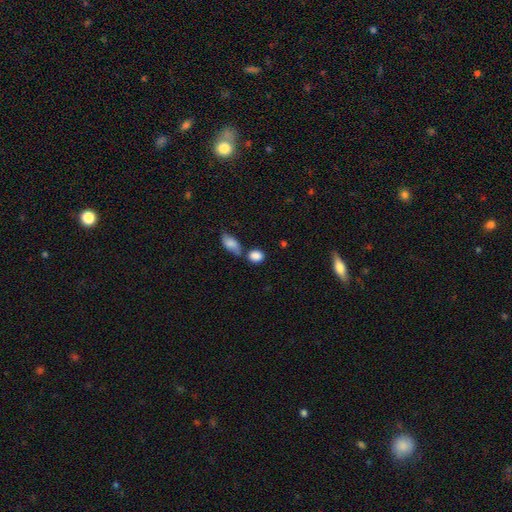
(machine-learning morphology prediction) Smooth or featured?
  - smooth: 86% *
  - star or artifact: 8%
  - featured or disk: 6%
How rounded?
  - in between: 54% *
  - round: 43%
  - cigar-shaped: 3%
Merging?
  - none: 51% *
  - merger: 31%
  - minor disturbance: 14%
  - major disturbance: 5%